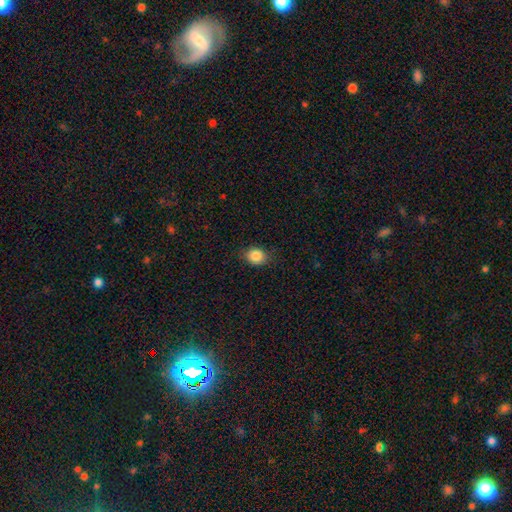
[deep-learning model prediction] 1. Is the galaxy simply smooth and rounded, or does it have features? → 85% smooth, 10% star or artifact, 5% featured or disk.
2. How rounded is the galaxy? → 61% round, 38% in between, 1% cigar-shaped.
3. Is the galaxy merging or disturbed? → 84% none, 12% minor disturbance, 3% major disturbance, 1% merger.